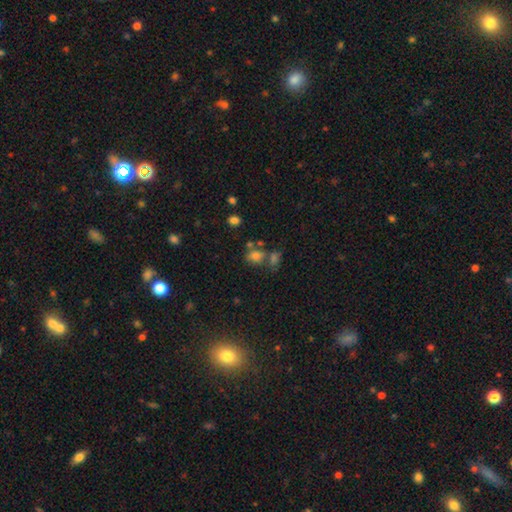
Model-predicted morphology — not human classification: Overall: smooth (70%). How rounded: in between (63%; round 35%). Merging: none (39%; merger 38%).